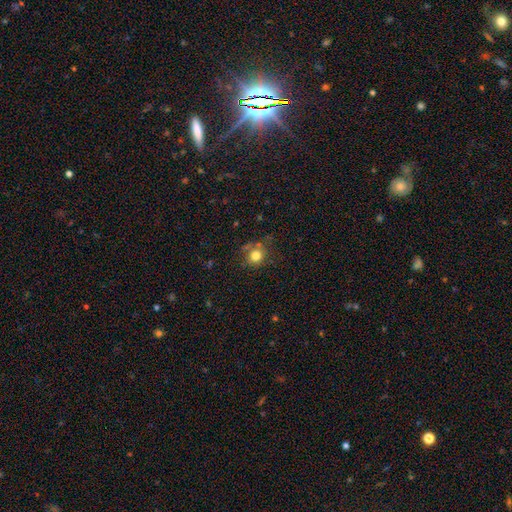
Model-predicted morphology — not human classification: smooth_or_featured: smooth (p=0.78) [alt: star or artifact p=0.13]
how_rounded: round (p=0.83) [alt: in between p=0.16]
merging: none (p=0.67) [alt: minor disturbance p=0.20]